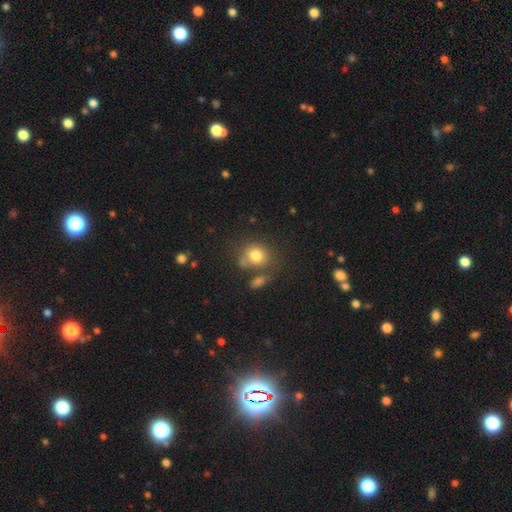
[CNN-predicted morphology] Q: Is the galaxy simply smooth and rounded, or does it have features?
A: smooth — 79%.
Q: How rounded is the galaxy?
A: round — 70%.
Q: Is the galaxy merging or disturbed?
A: none — 58%.